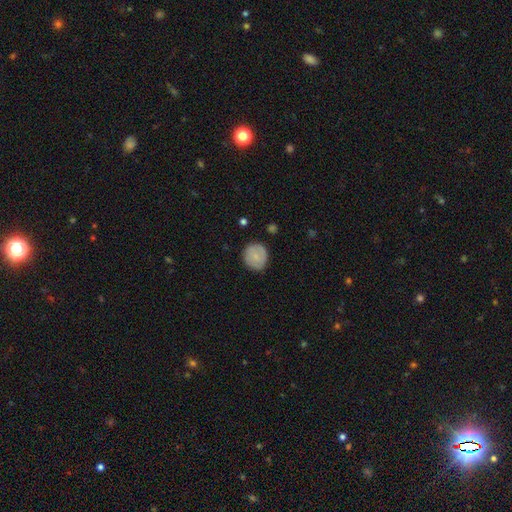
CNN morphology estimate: smooth 73%, featured or disk 21%, star or artifact 7%. Down the decision tree: how rounded — round (87%); merging — none (84%).